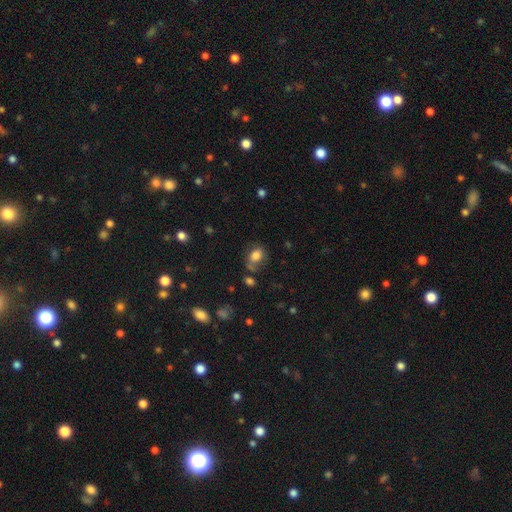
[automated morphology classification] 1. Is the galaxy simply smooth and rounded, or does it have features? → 78% smooth, 13% featured or disk, 10% star or artifact.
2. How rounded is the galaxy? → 74% in between, 25% round, 1% cigar-shaped.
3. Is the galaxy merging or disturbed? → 56% none, 23% minor disturbance, 11% major disturbance, 10% merger.